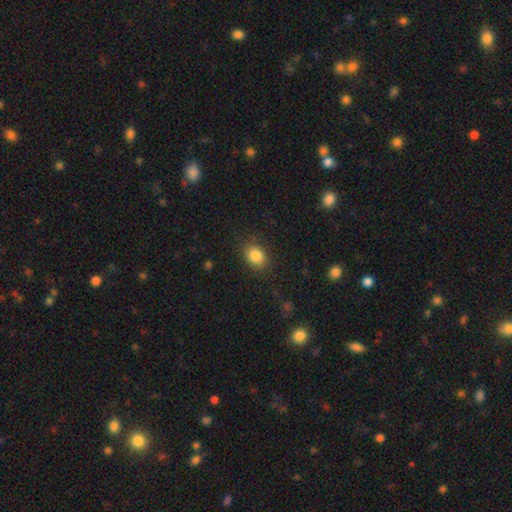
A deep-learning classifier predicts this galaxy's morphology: Smooth or featured?
  - smooth: 85% *
  - star or artifact: 10%
  - featured or disk: 5%
How rounded?
  - in between: 52% *
  - round: 47%
  - cigar-shaped: 1%
Merging?
  - none: 84% *
  - minor disturbance: 11%
  - major disturbance: 4%
  - merger: 1%